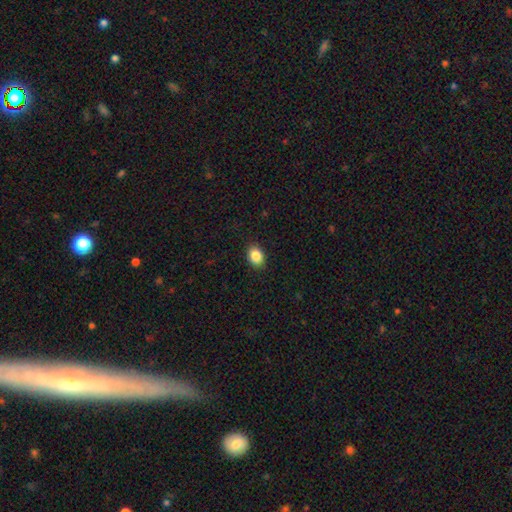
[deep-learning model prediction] This is clearly a smooth galaxy (87%). How rounded: likely in between (69%). Merging: clearly none (89%).